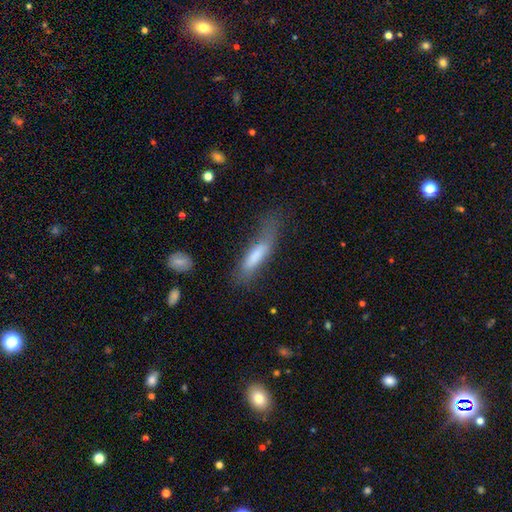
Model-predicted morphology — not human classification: type=smooth (71%); roundness=cigar-shaped (72%); merging=none (44%).